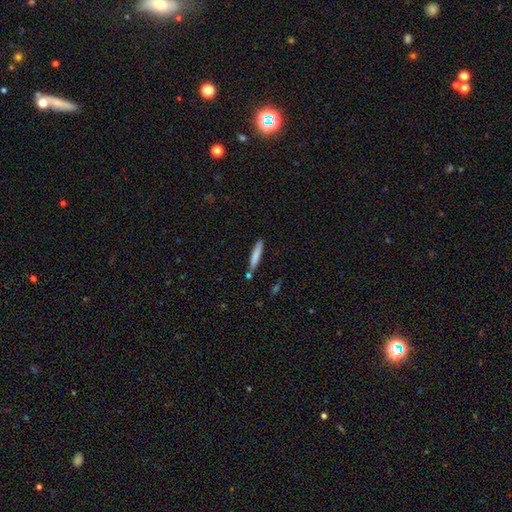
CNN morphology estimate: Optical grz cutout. It shows a smooth galaxy with no disk features (75%) that is cigar-shaped (93%). Merging: none (78%).